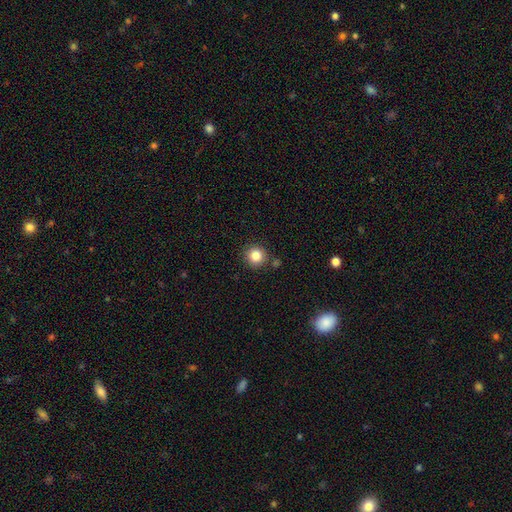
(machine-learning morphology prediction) This appears to be a smooth galaxy with no disk features (84%) that is round (93%). Merging: none (86%).